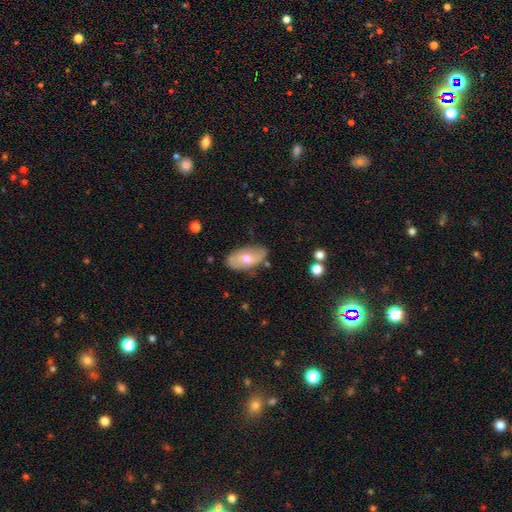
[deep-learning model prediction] Q: Smooth or featured?
A: smooth (55%); runner-up: featured or disk (38%)
Q: How rounded?
A: in between (93%); runner-up: round (4%)
Q: Merging?
A: none (74%); runner-up: minor disturbance (20%)